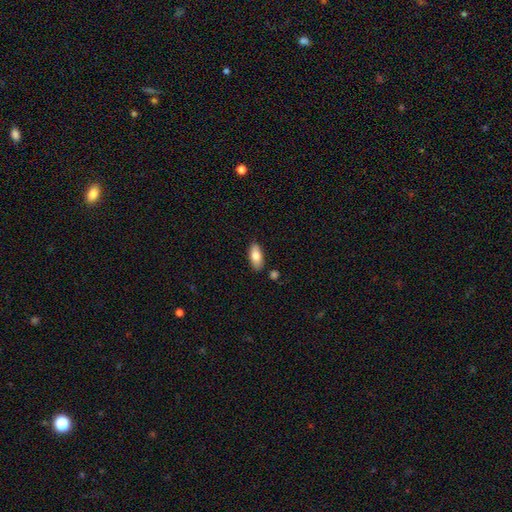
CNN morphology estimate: Q: Smooth or featured?
A: smooth (78%); runner-up: featured or disk (15%)
Q: How rounded?
A: in between (88%); runner-up: cigar-shaped (9%)
Q: Merging?
A: none (84%); runner-up: minor disturbance (10%)